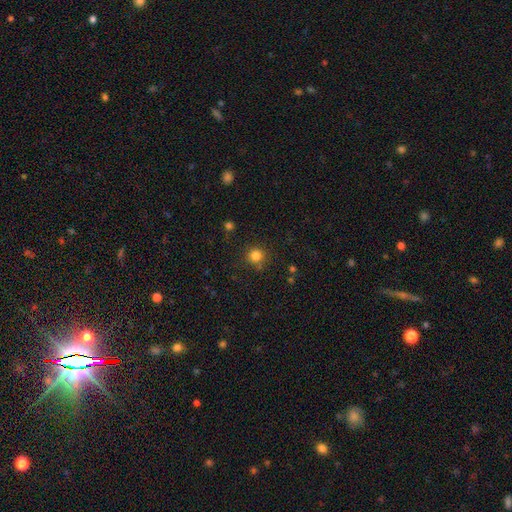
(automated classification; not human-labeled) Q: Smooth or featured?
A: smooth (82%); runner-up: star or artifact (13%)
Q: How rounded?
A: round (94%); runner-up: in between (5%)
Q: Merging?
A: none (85%); runner-up: minor disturbance (8%)